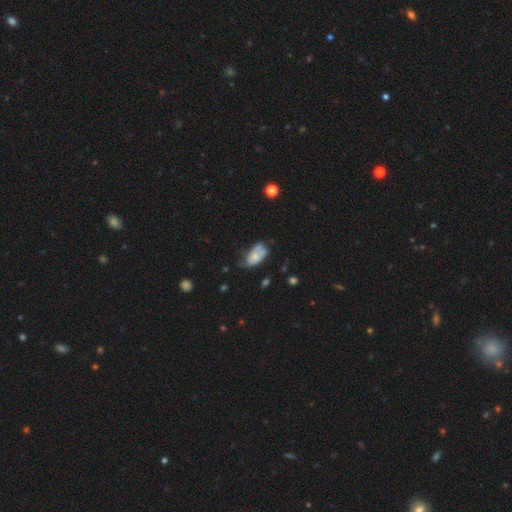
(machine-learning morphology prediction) This appears to be a smooth galaxy with no disk features (53%) that is in between round and cigar-shaped (91%). Merging: minor disturbance (37%).